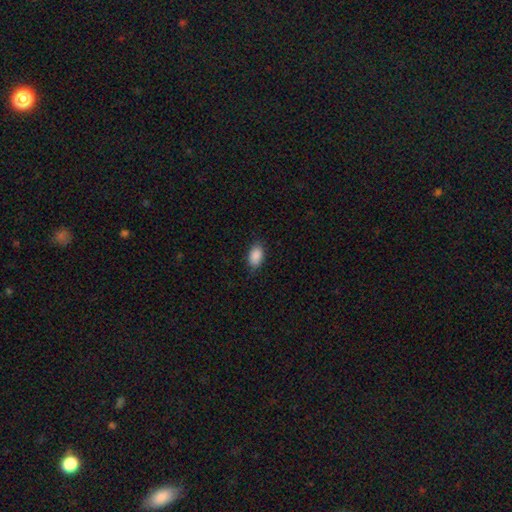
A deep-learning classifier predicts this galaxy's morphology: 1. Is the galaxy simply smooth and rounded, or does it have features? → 90% smooth, 7% star or artifact, 3% featured or disk.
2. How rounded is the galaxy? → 92% in between, 6% round, 2% cigar-shaped.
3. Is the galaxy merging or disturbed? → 85% none, 11% minor disturbance, 3% major disturbance, 1% merger.